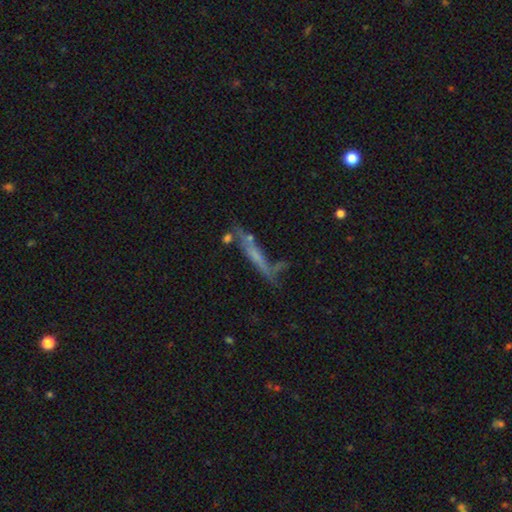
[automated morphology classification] This appears to be a featured or disk galaxy (46%). Merging: none (55%).